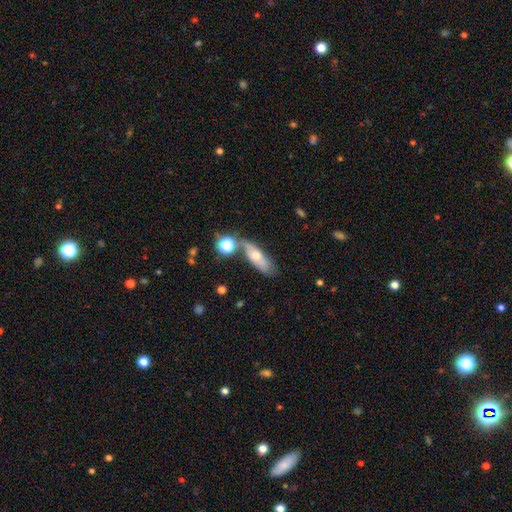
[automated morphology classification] Q: Smooth or featured?
A: smooth (57%); runner-up: featured or disk (34%)
Q: How rounded?
A: in between (60%); runner-up: cigar-shaped (35%)
Q: Merging?
A: none (45%); runner-up: minor disturbance (23%)